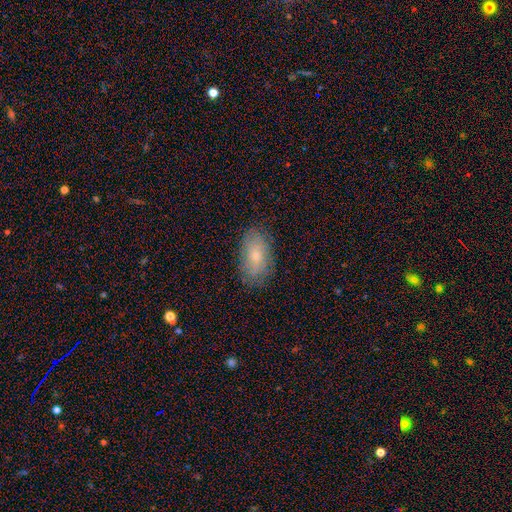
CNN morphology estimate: This is likely a smooth galaxy (68%). How rounded: clearly in between (92%). Merging: likely none (80%).